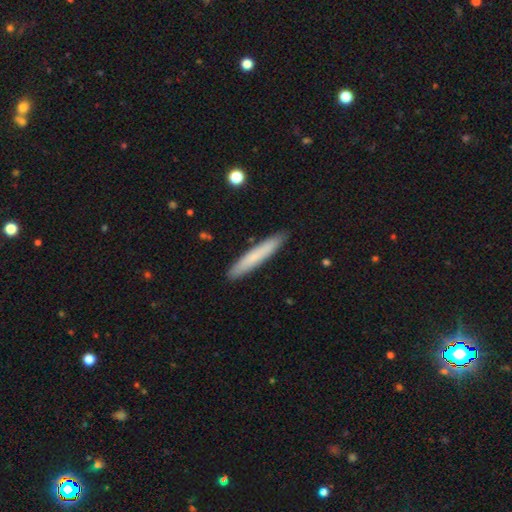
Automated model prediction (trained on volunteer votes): The model was most divided on "smooth or featured": smooth: 74%, featured or disk: 21%, star or artifact: 6%. More confident: how rounded — cigar-shaped (94%); merging — none (90%).